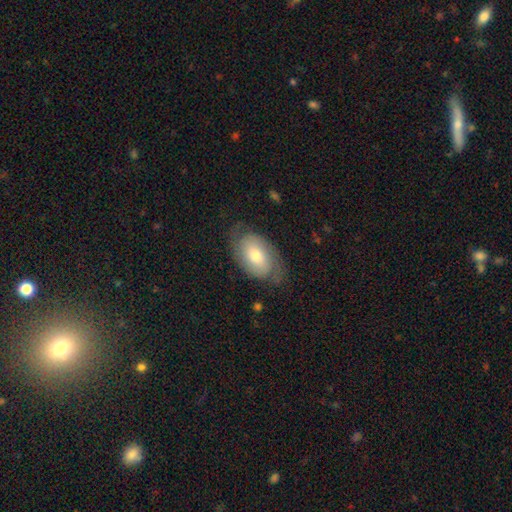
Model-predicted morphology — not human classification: This is possibly a featured or disk galaxy (54%). It is clearly not viewed edge-on (95%). Bar: likely no (64%). Spiral arm pattern: clearly yes (83%). Central bulge: likely moderate (66%). Merging: likely none (71%).